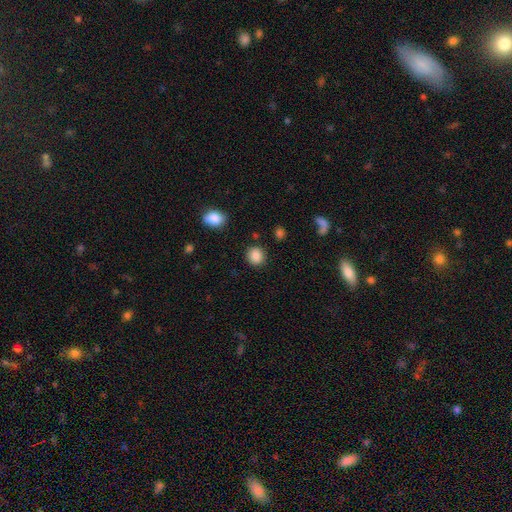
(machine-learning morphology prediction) This is clearly a smooth galaxy (86%). How rounded: clearly round (86%). Merging: clearly none (89%).